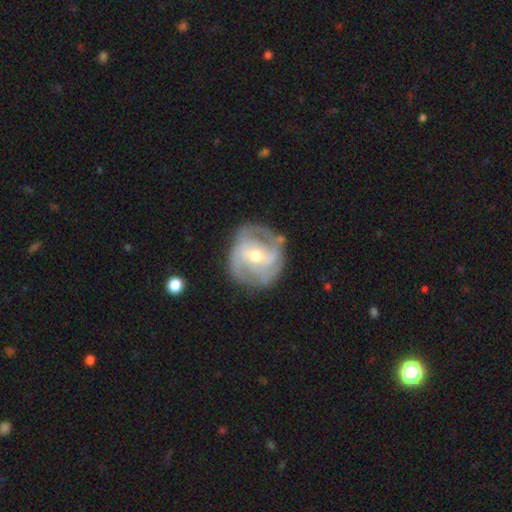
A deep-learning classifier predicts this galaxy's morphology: Overall: featured or disk (80%). Edge-on disk: no (97%). Bar: weak (44%; no 36%). Spiral arms: yes (88%). Spiral arm count: 2 (36%; 3 27%). Spiral winding: tight (46%; medium 41%). Bulge size: moderate (62%; small 34%). Merging: none (71%).